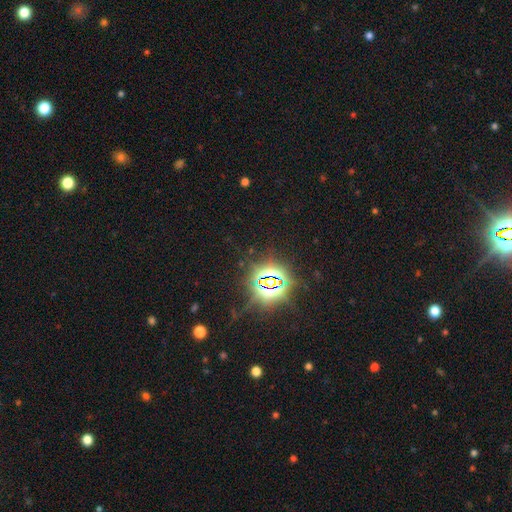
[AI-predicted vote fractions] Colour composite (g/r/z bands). It shows a star or artifact, not a galaxy (84%).